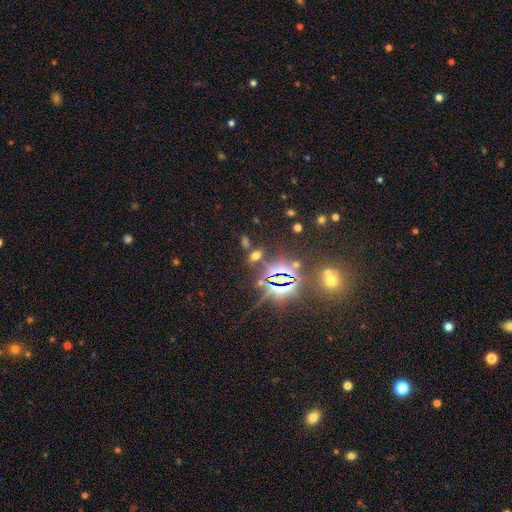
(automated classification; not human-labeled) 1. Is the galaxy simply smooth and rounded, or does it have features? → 52% star or artifact, 37% smooth, 12% featured or disk.